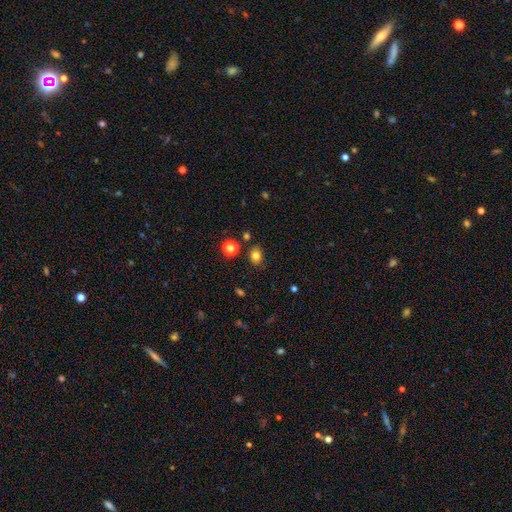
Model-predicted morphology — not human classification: smooth_or_featured: smooth (p=0.80) [alt: star or artifact p=0.14]
how_rounded: in between (p=0.52) [alt: round p=0.47]
merging: none (p=0.82) [alt: minor disturbance p=0.11]